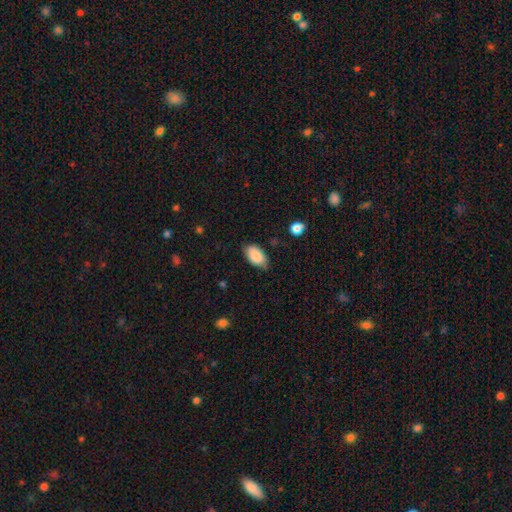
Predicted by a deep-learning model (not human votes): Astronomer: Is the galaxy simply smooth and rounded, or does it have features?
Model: smooth — 88%.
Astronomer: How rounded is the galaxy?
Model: in between — 94%.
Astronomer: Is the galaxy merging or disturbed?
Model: none — 74%.